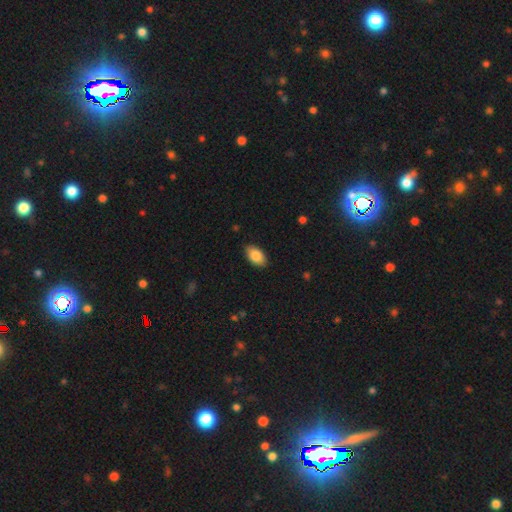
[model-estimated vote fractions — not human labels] Overall: smooth (86%). How rounded: in between (94%). Merging: none (88%).